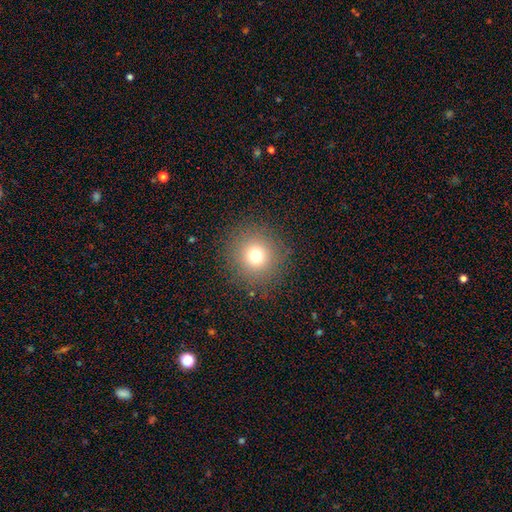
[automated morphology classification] type=smooth (73%); roundness=round (94%); merging=none (89%).